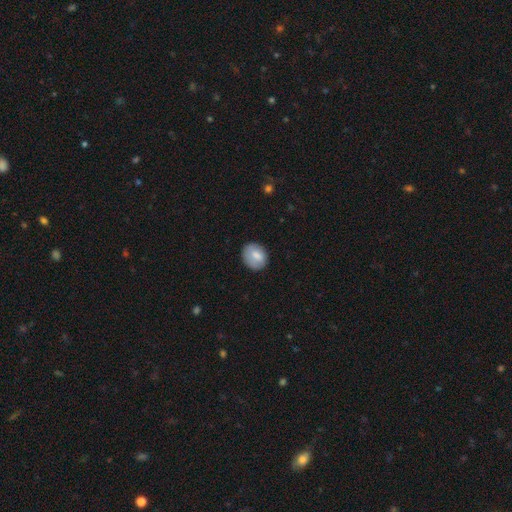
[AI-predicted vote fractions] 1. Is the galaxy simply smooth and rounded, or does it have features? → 79% smooth, 14% featured or disk, 7% star or artifact.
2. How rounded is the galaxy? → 53% round, 46% in between, 1% cigar-shaped.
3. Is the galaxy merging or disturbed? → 78% none, 17% minor disturbance, 4% major disturbance, 1% merger.